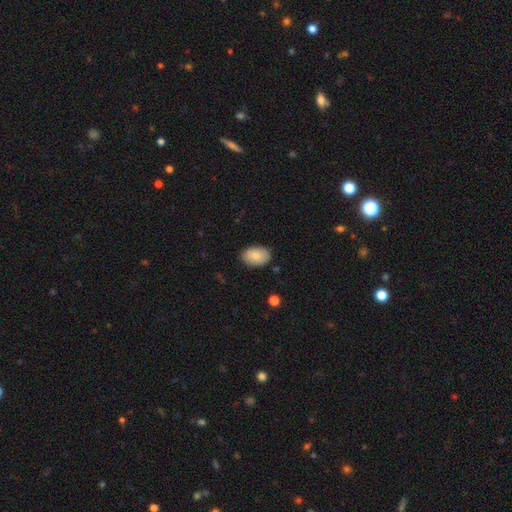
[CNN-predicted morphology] This appears to be a smooth galaxy with no disk features (84%) that is in between round and cigar-shaped (90%). Merging: none (85%).